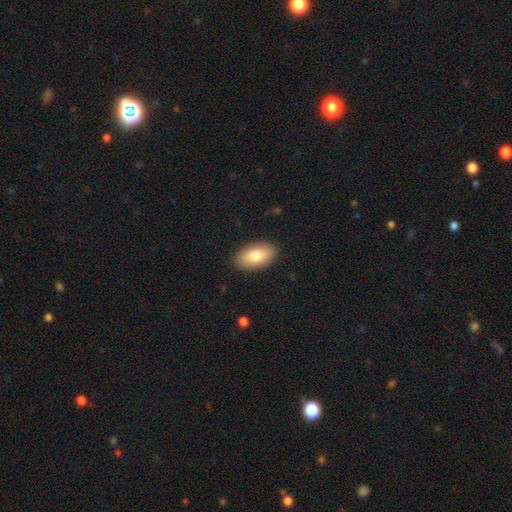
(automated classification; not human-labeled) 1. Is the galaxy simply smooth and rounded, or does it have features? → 80% smooth, 14% featured or disk, 6% star or artifact.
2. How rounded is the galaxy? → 93% in between, 3% round, 3% cigar-shaped.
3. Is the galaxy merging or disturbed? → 89% none, 8% minor disturbance, 2% major disturbance, 1% merger.